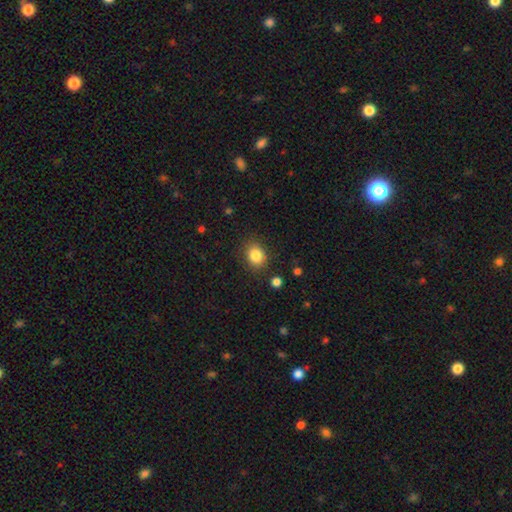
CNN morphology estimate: This appears to be a smooth galaxy with no disk features (84%) that is round (55%). Merging: none (83%).